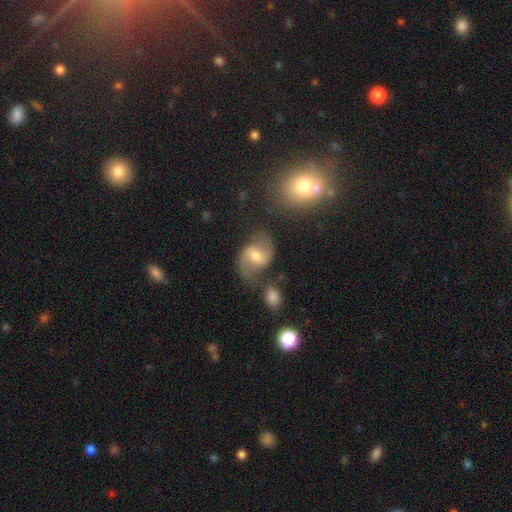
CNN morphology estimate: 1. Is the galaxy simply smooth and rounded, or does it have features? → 70% featured or disk, 21% smooth, 9% star or artifact.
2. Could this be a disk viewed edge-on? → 97% no, 3% yes.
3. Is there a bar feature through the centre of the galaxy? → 51% weak, 30% no, 19% strong.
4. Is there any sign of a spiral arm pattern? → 90% yes, 10% no.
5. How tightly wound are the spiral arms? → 50% loose, 40% medium, 10% tight.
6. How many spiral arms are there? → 91% 2, 4% can't tell, 2% 1, 1% 3, 1% 4, 1% more than 4.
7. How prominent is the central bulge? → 66% moderate, 22% small, 8% large, 2% none, 1% dominant.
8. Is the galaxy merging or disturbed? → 64% none, 18% minor disturbance, 9% major disturbance, 9% merger.